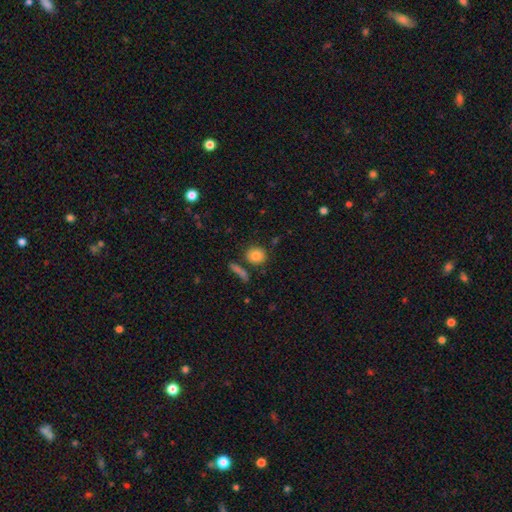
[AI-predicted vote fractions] smooth-or-featured: smooth: 83% | star or artifact: 9% | featured or disk: 8%
  how-rounded: round: 76% | in between: 21% | cigar-shaped: 2%
  merging: none: 77% | minor disturbance: 10% | merger: 9% | major disturbance: 4%